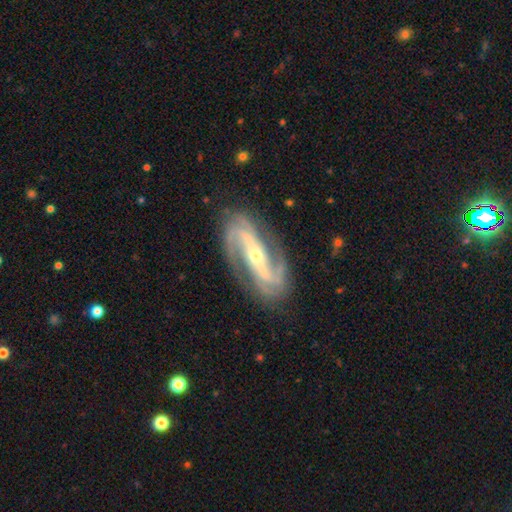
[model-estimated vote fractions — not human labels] A featured or disk galaxy (92%) with a strong bar (56%), 2 (85%) medium (48%) spiral arms (98%) and a small central bulge (59%). Merging: none (81%).